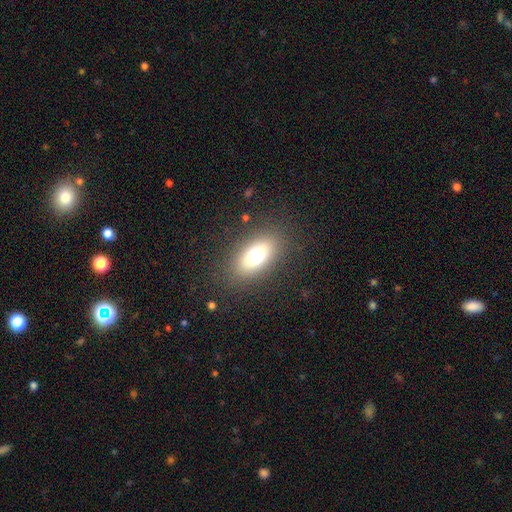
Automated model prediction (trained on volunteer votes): smooth_or_featured: smooth (p=0.72) [alt: featured or disk p=0.17]
how_rounded: in between (p=0.85) [alt: round p=0.08]
merging: none (p=0.84) [alt: minor disturbance p=0.10]